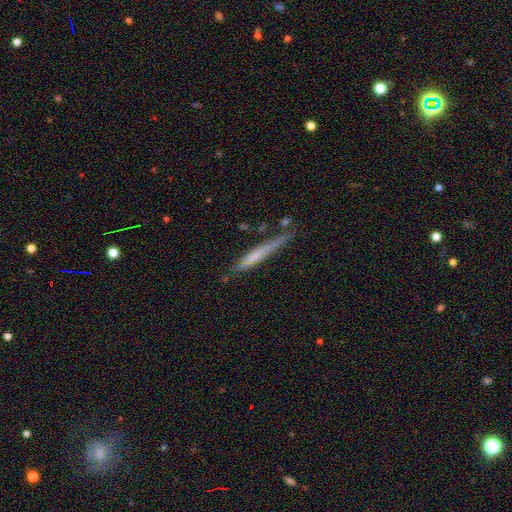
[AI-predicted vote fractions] This appears to be a smooth galaxy with no disk features (55%) that is cigar-shaped (95%). Merging: none (69%).